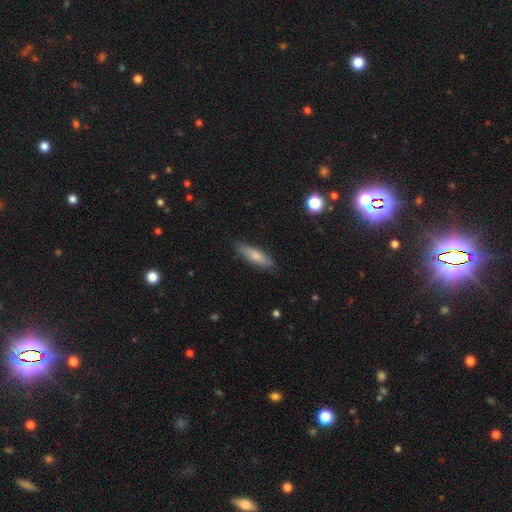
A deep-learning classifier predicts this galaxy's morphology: smooth_or_featured: smooth (p=0.73) [alt: featured or disk p=0.21]
how_rounded: cigar-shaped (p=0.69) [alt: in between p=0.30]
merging: none (p=0.84) [alt: minor disturbance p=0.13]